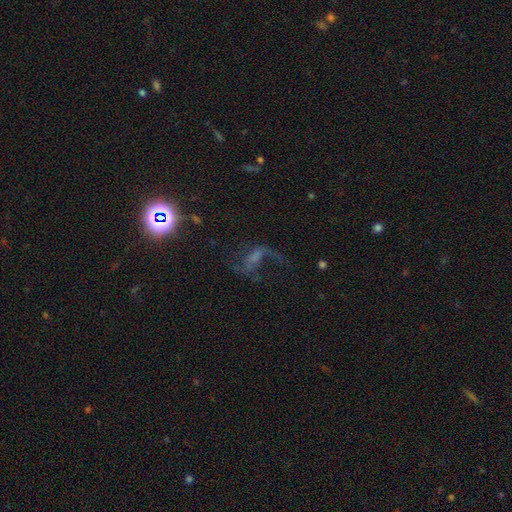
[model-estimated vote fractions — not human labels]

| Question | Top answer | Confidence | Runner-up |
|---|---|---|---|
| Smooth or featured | featured or disk | 55% | star or artifact (29%) |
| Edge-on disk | no | 94% | yes (6%) |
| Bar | no | 45% | weak (34%) |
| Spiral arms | yes | 73% | no (27%) |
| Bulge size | none | 50% | small (28%) |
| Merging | none | 42% | major disturbance (39%) |